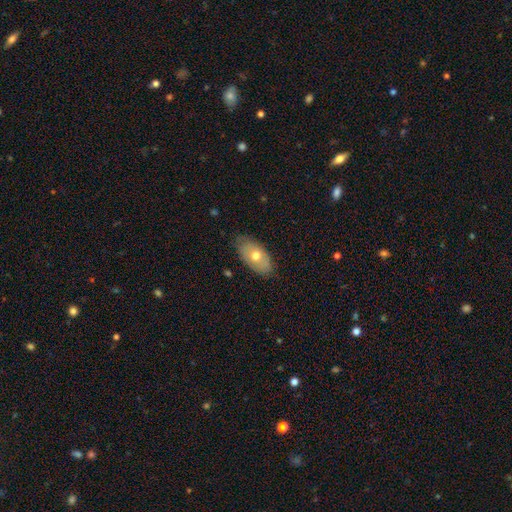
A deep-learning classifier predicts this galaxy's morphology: A smooth galaxy with no disk features (61%) that is in between round and cigar-shaped (92%).

Vote fractions:
- Smooth or featured? smooth: 61% / featured or disk: 33% / star or artifact: 7%
- How rounded? in between: 92% / round: 5% / cigar-shaped: 3%
- Merging? none: 78% / minor disturbance: 18% / major disturbance: 3% / merger: 1%